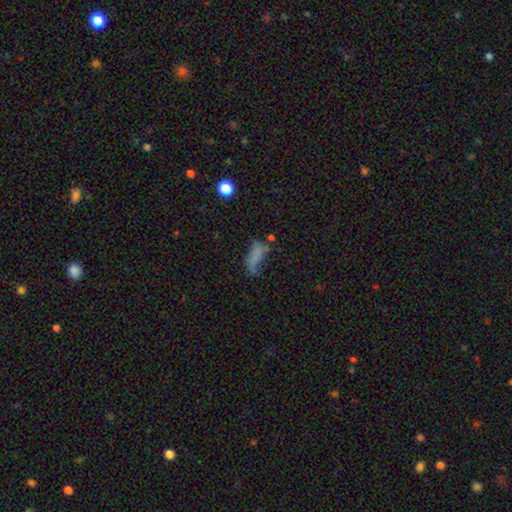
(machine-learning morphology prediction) The model was most divided on "merging": none: 39%, minor disturbance: 28%, major disturbance: 23%, merger: 10%. More confident: how rounded — in between (70%); smooth or featured — smooth (66%).